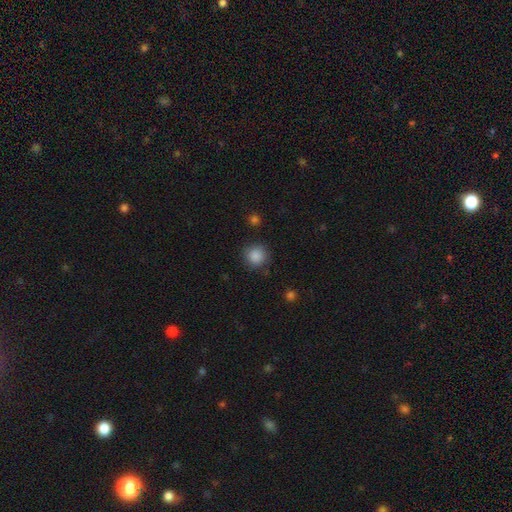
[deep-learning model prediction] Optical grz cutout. It shows a smooth galaxy with no disk features (87%) that is round (93%). Merging: none (85%).